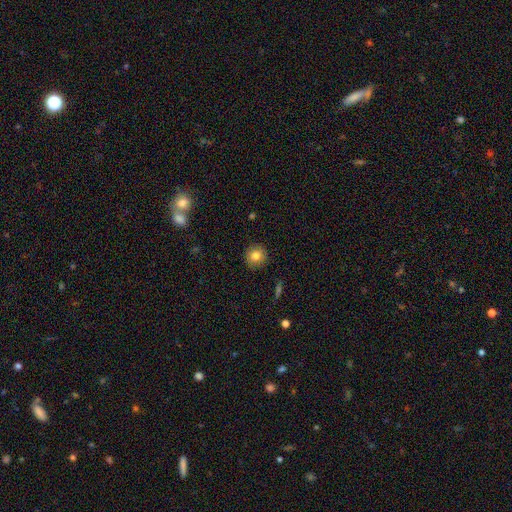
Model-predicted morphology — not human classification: Overall: smooth (82%). How rounded: round (93%). Merging: none (91%).